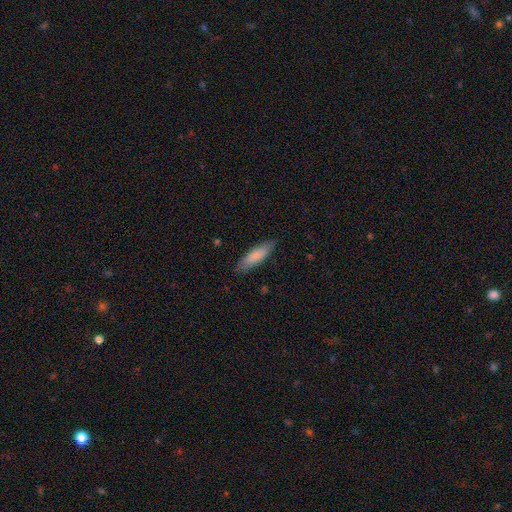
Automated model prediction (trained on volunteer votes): A smooth galaxy with no disk features (83%) that is cigar-shaped (59%). Merging: none (85%).